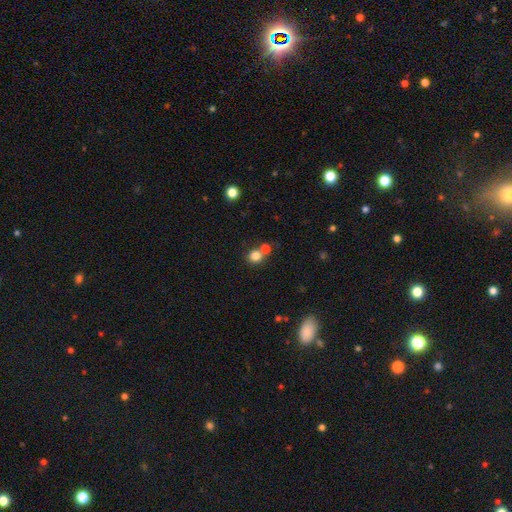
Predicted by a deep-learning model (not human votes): A smooth galaxy with no disk features (80%) that is round (87%). Merging: none (58%).